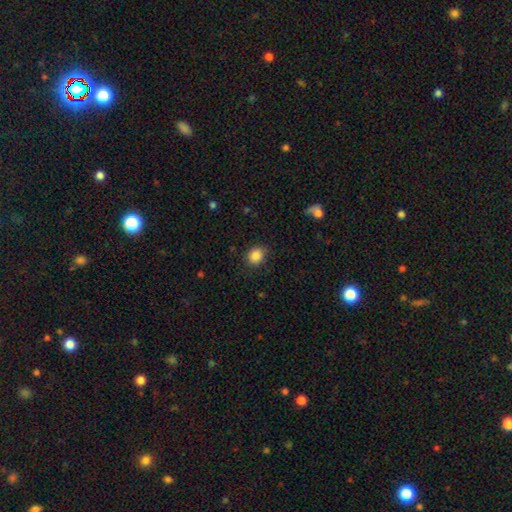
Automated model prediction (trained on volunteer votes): Smooth or featured? Predicted: smooth (p=0.87). How rounded? Predicted: round (p=0.65). Merging? Predicted: none (p=0.85).